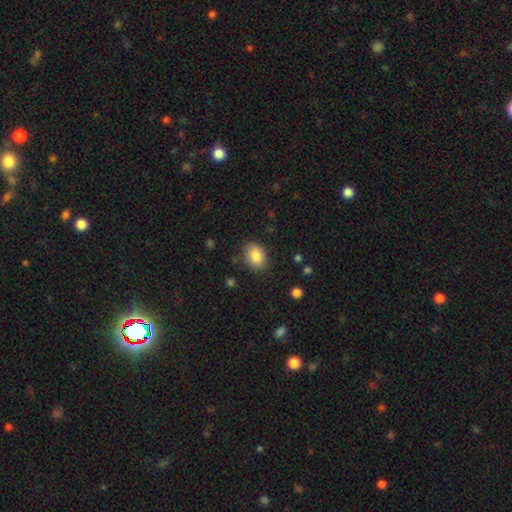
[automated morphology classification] Smooth or featured?
  - smooth: 86% *
  - star or artifact: 8%
  - featured or disk: 6%
How rounded?
  - in between: 68% *
  - round: 31%
  - cigar-shaped: 1%
Merging?
  - none: 83% *
  - minor disturbance: 12%
  - major disturbance: 3%
  - merger: 1%